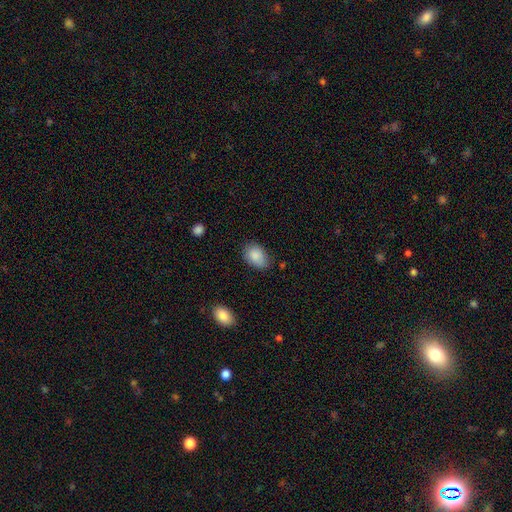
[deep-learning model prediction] Smooth or featured? Predicted: smooth (p=0.87). How rounded? Predicted: in between (p=0.85). Merging? Predicted: none (p=0.71).